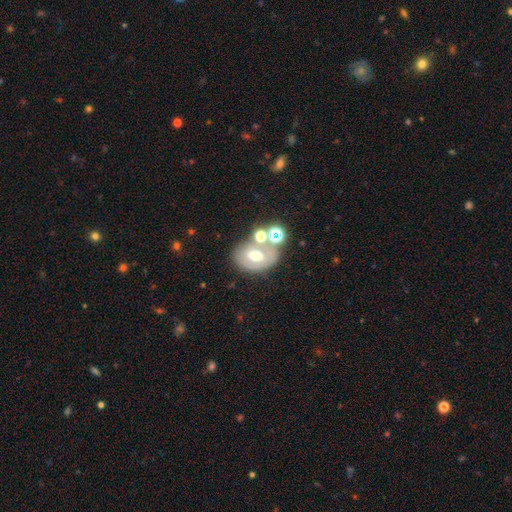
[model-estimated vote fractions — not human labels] This appears to be a smooth galaxy with no disk features (44%). Merging: none (53%).